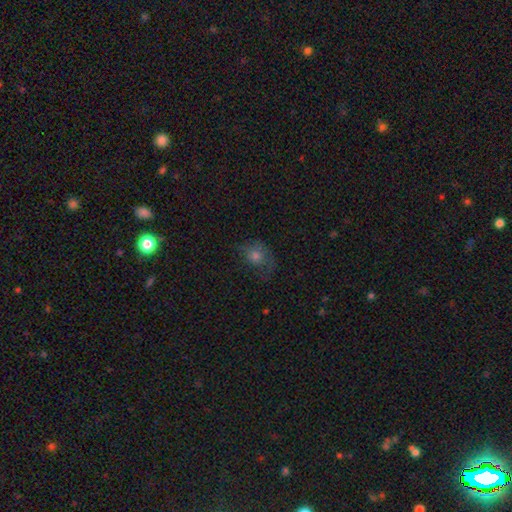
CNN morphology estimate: smooth 57%, featured or disk 26%, star or artifact 17%. Down the decision tree: how rounded — round (60%); merging — none (48%).